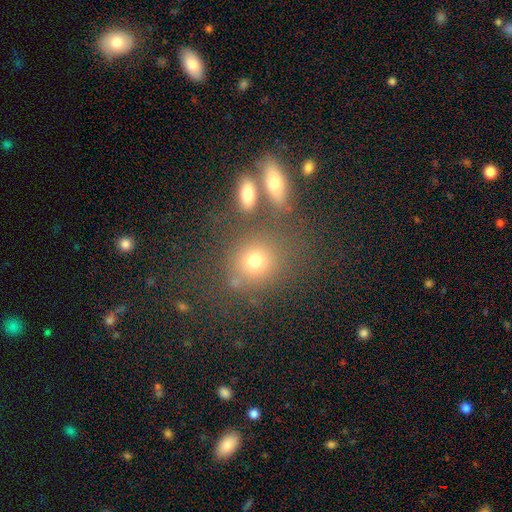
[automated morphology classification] A smooth galaxy with no disk features (67%) that is round (73%). Merging: none (65%).